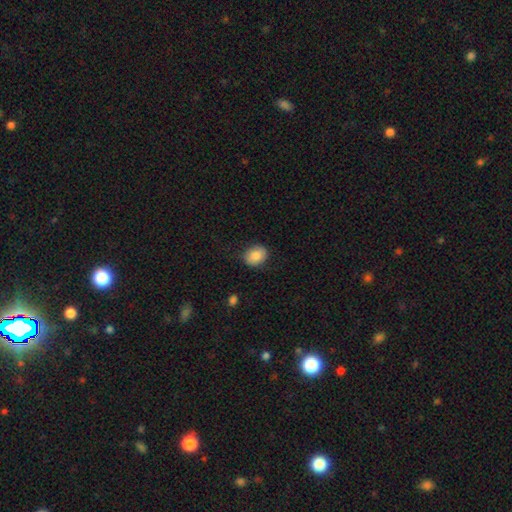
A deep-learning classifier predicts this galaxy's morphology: smooth_or_featured: smooth (p=0.85) [alt: star or artifact p=0.08]
how_rounded: round (p=0.52) [alt: in between p=0.47]
merging: none (p=0.84) [alt: minor disturbance p=0.12]